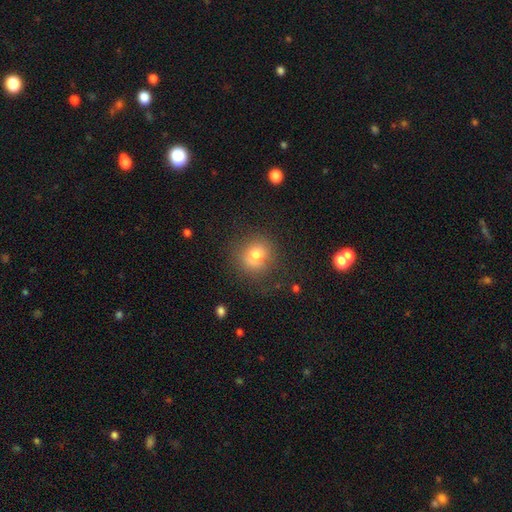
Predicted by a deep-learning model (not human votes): Overall: smooth (74%). How rounded: round (85%). Merging: none (76%).